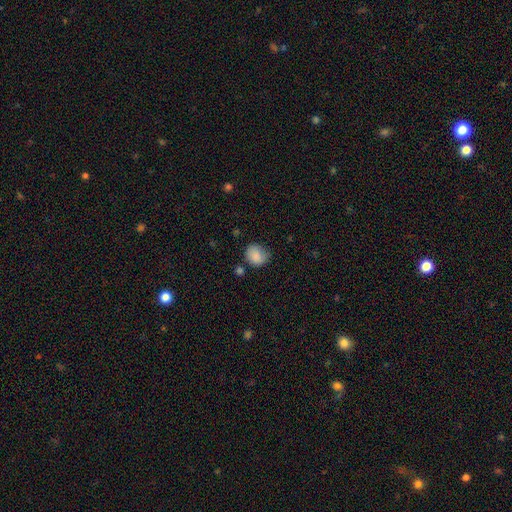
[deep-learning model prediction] This is clearly a smooth galaxy (85%). How rounded: likely round (73%). Merging: likely none (60%).